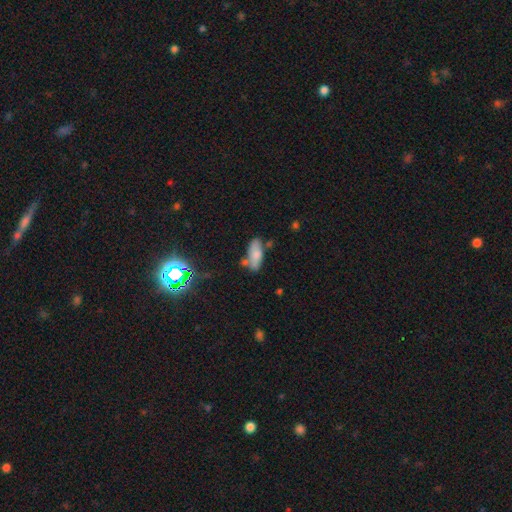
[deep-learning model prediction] This is likely a smooth galaxy (74%). How rounded: likely in between (77%). Merging: possibly none (59%).